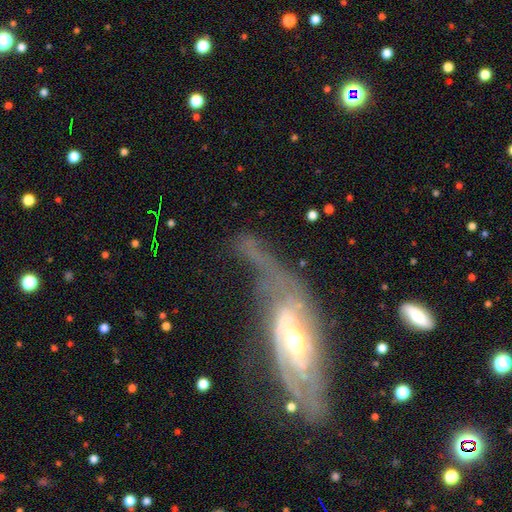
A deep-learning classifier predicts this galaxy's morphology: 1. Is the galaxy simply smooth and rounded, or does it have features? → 77% featured or disk, 14% smooth, 9% star or artifact.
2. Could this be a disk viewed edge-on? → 84% no, 16% yes.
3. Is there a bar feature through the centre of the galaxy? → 48% no, 32% weak, 19% strong.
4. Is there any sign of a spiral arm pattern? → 79% yes, 21% no.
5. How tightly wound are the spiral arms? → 39% tight, 33% medium, 28% loose.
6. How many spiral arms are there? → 41% 2, 31% can't tell, 12% 1, 8% 3, 4% 4, 4% more than 4.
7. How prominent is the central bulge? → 61% moderate, 31% small, 5% large, 2% none, 1% dominant.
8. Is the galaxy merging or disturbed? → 42% major disturbance, 32% none, 18% minor disturbance, 8% merger.